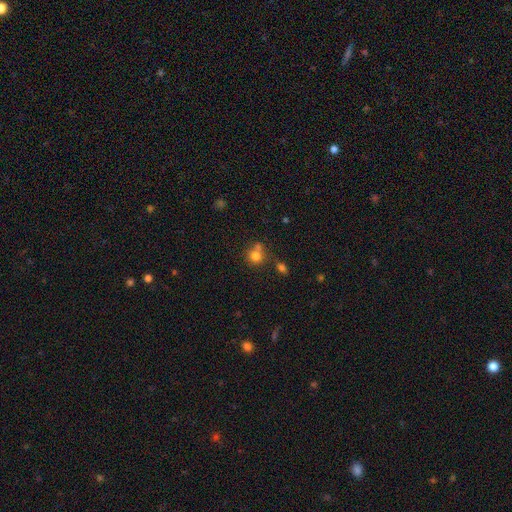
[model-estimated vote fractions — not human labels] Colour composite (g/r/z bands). It shows a smooth galaxy with no disk features (78%) that is round (83%). Merging: none (52%).